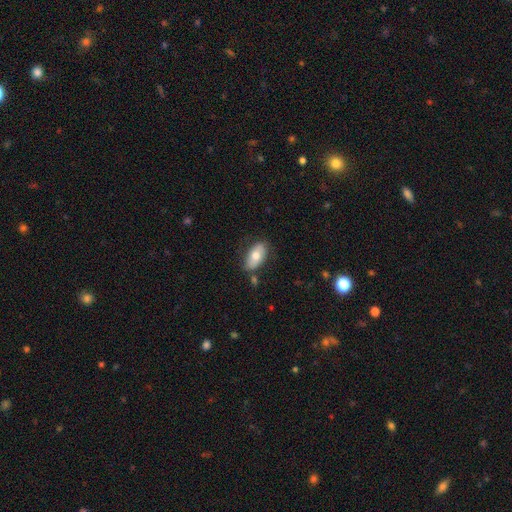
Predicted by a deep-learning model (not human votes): smooth 69%, featured or disk 24%, star or artifact 6%. Down the decision tree: how rounded — in between (91%); merging — none (74%).